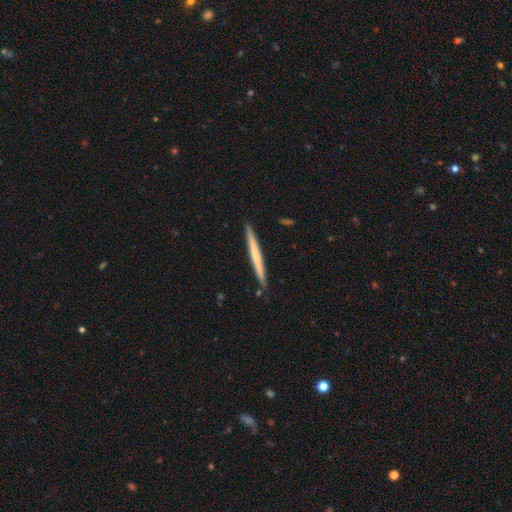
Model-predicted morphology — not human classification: smooth_or_featured: smooth (p=0.55) [alt: featured or disk p=0.40]
how_rounded: cigar-shaped (p=0.97) [alt: in between p=0.02]
merging: none (p=0.91) [alt: minor disturbance p=0.07]